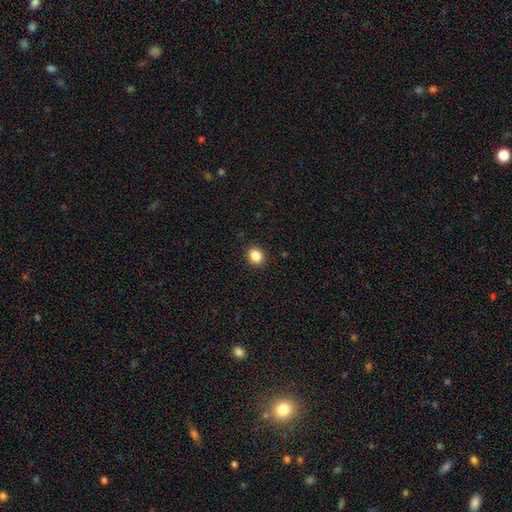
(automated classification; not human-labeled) smooth-or-featured: smooth: 85% | star or artifact: 11% | featured or disk: 4%
  how-rounded: round: 81% | in between: 18% | cigar-shaped: 1%
  merging: none: 92% | minor disturbance: 5% | major disturbance: 2% | merger: 1%